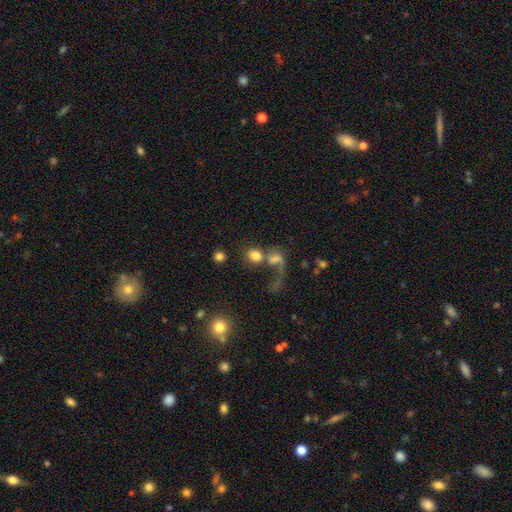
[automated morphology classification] Smooth or featured? smooth (70%)
How rounded? round (54%)
Merging? merger (47%)